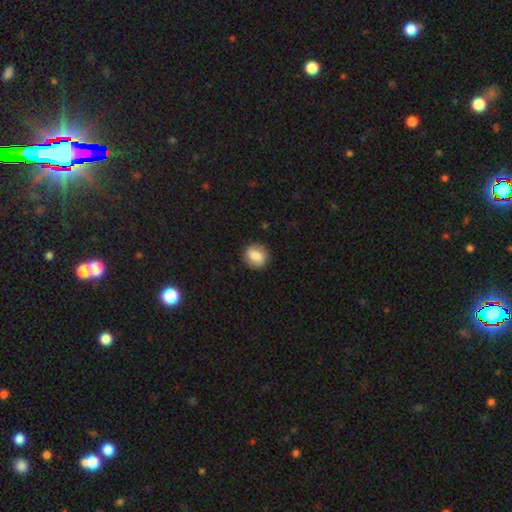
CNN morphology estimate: Q: Smooth or featured?
A: smooth (68%); runner-up: featured or disk (24%)
Q: How rounded?
A: round (79%); runner-up: in between (20%)
Q: Merging?
A: none (87%); runner-up: minor disturbance (10%)